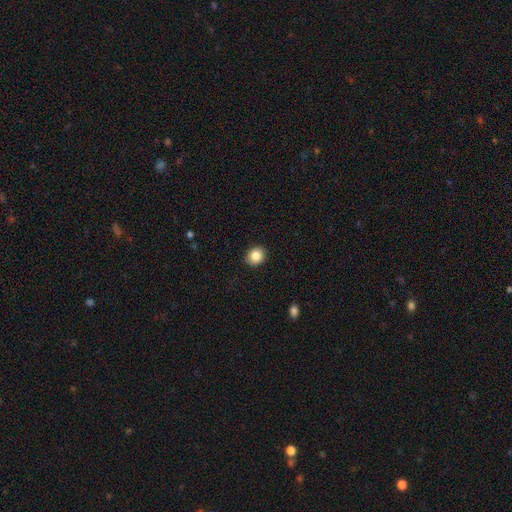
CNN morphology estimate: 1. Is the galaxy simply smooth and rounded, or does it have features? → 86% smooth, 9% star or artifact, 5% featured or disk.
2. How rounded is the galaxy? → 66% round, 33% in between, 1% cigar-shaped.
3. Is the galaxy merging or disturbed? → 90% none, 7% minor disturbance, 2% major disturbance, 1% merger.